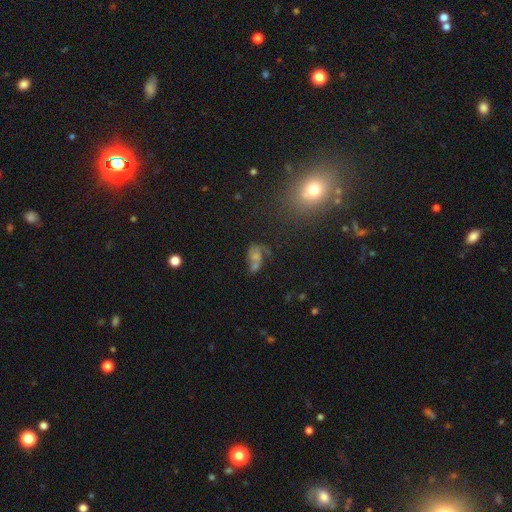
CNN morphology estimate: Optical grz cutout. It shows a smooth galaxy with no disk features (40%). Merging: none (33%, tied with merger).